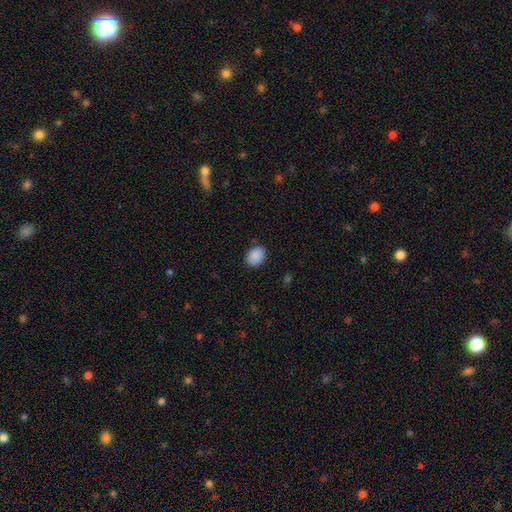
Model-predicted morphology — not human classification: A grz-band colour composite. It shows a smooth galaxy with no disk features (89%) that is in between round and cigar-shaped (51%). Merging: none (85%).